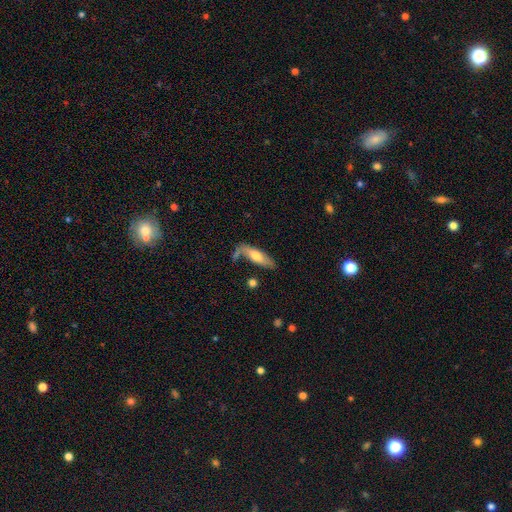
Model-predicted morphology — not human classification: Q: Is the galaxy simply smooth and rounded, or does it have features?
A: smooth — 53%.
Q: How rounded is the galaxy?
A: in between — 50%.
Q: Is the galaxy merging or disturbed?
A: none — 51%.